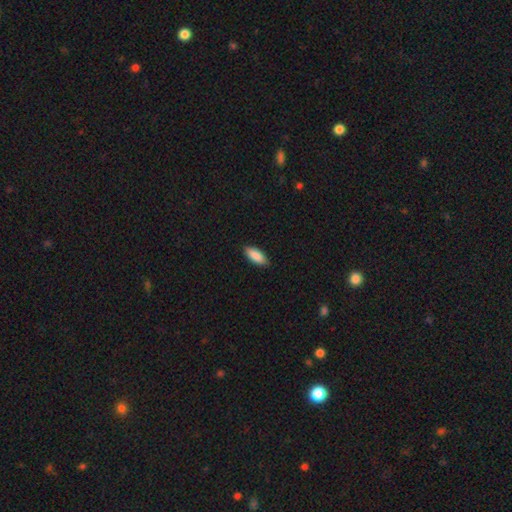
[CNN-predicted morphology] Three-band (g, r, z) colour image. It shows a smooth galaxy with no disk features (88%) that is in between round and cigar-shaped (79%). Merging: none (86%).